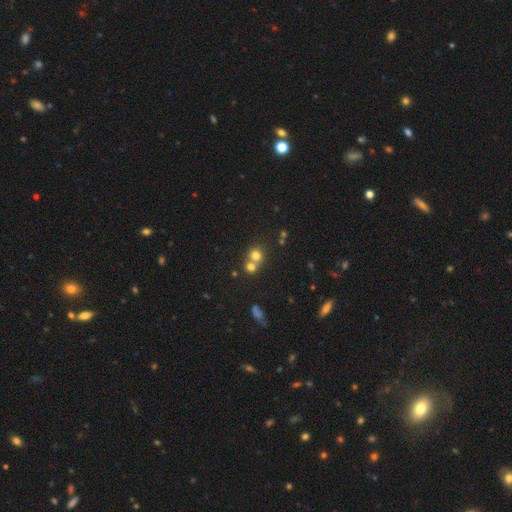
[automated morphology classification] This is likely a smooth galaxy (73%). How rounded: clearly round (84%). Merging: possibly merger (51%).